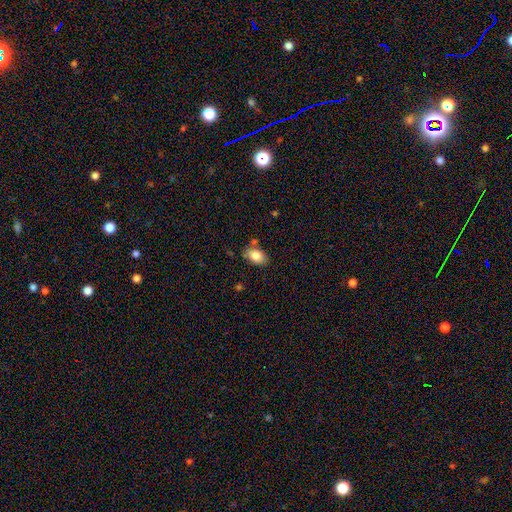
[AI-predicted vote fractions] This appears to be a smooth galaxy with no disk features (83%) that is in between round and cigar-shaped (86%). Merging: none (73%).